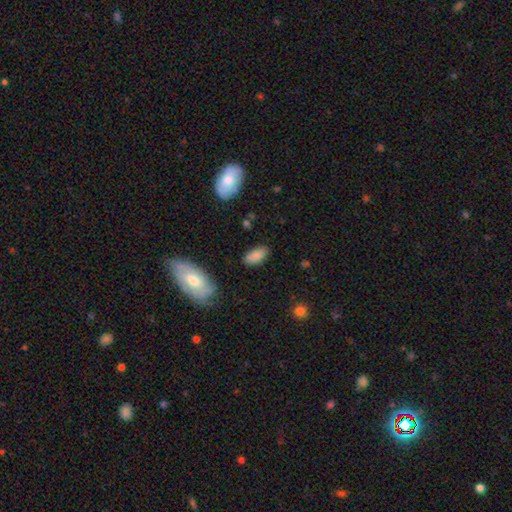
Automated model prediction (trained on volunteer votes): Overall: smooth (83%). How rounded: in between (92%). Merging: none (81%).